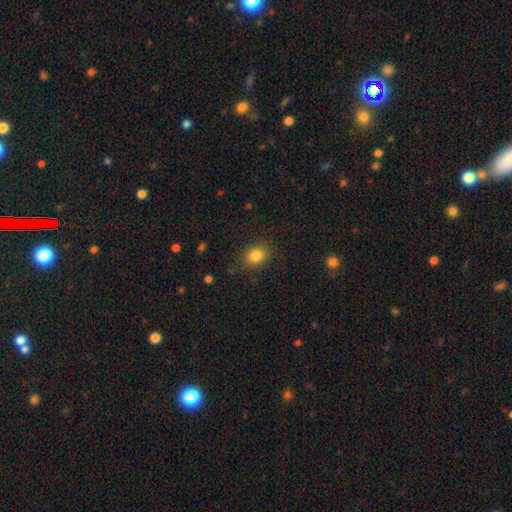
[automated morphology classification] Smooth or featured: smooth — 83% (star or artifact — 11%)
How rounded: round — 56% (in between — 43%)
Merging: none — 83% (minor disturbance — 12%)